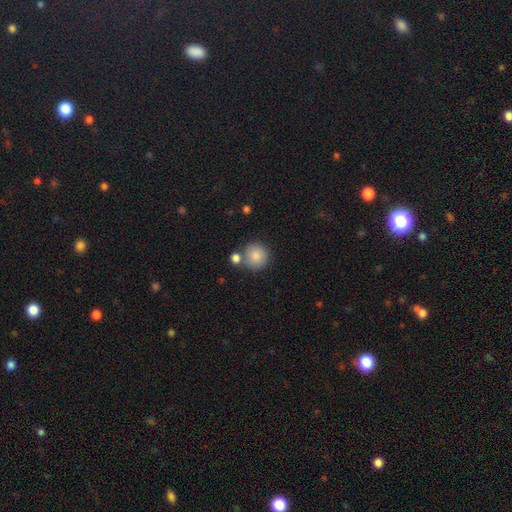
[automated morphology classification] This appears to be a smooth galaxy with no disk features (85%) that is round (92%). Merging: none (67%).